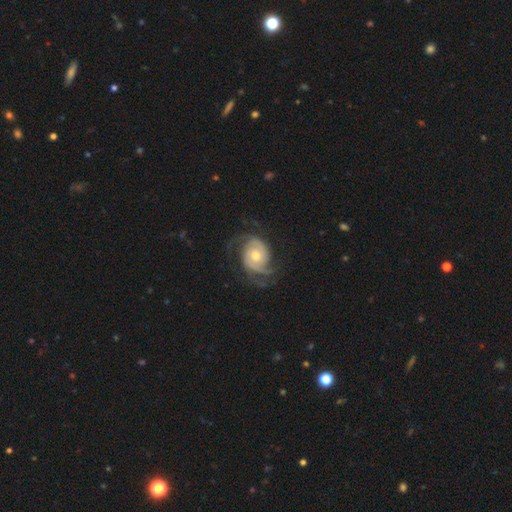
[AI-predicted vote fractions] featured or disk 88%, smooth 8%, star or artifact 5%. Down the decision tree: edge-on disk — no (98%); bar — no (72%); spiral arms — yes (97%); spiral arm count — 2 (73%); spiral winding — medium (44%); bulge size — moderate (67%); merging — none (68%).